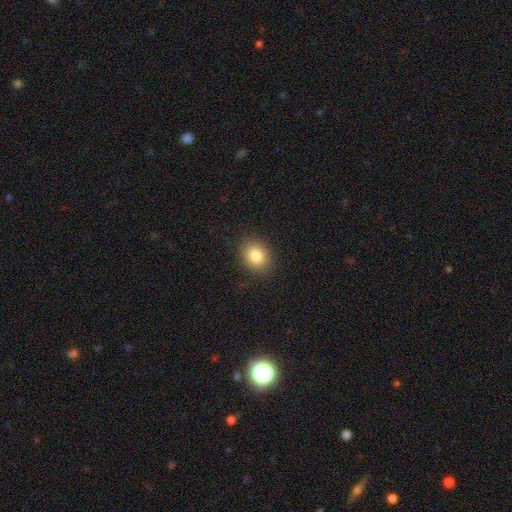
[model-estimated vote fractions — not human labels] A smooth galaxy with no disk features (83%) that is in between round and cigar-shaped (50%). Merging: none (87%).